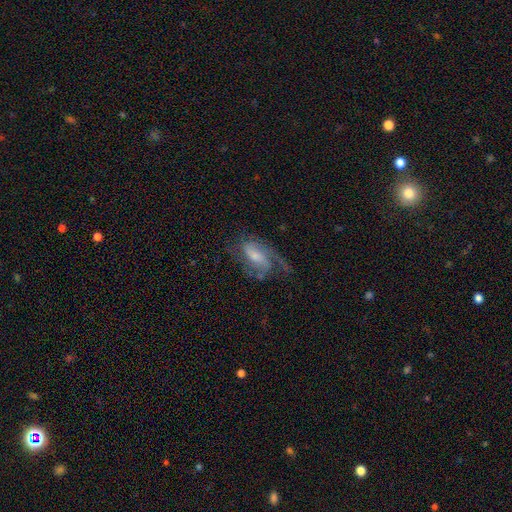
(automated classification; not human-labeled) Smooth or featured? Predicted: featured or disk (p=0.74). Edge-on disk? Predicted: no (p=0.95). Bar? Predicted: weak (p=0.44). Spiral arms? Predicted: yes (p=0.91). Spiral winding? Predicted: medium (p=0.45). Spiral arm count? Predicted: 2 (p=0.47). Bulge size? Predicted: small (p=0.44). Merging? Predicted: none (p=0.48).